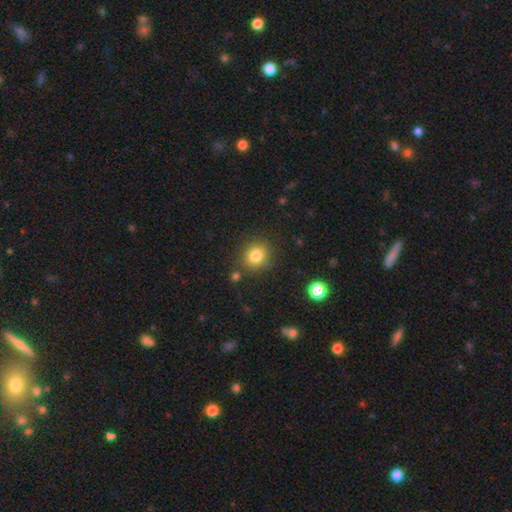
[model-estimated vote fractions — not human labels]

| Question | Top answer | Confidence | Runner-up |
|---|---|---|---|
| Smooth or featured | smooth | 83% | star or artifact (11%) |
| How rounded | round | 80% | in between (19%) |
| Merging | none | 83% | minor disturbance (10%) |